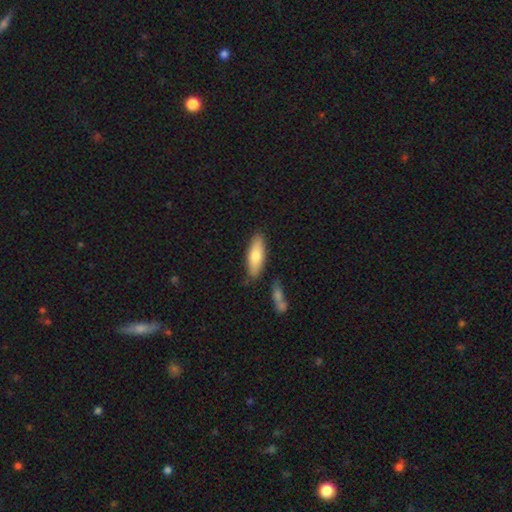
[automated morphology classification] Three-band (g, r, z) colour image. It shows a smooth galaxy with no disk features (73%) that is in between round and cigar-shaped (59%). Merging: none (83%).